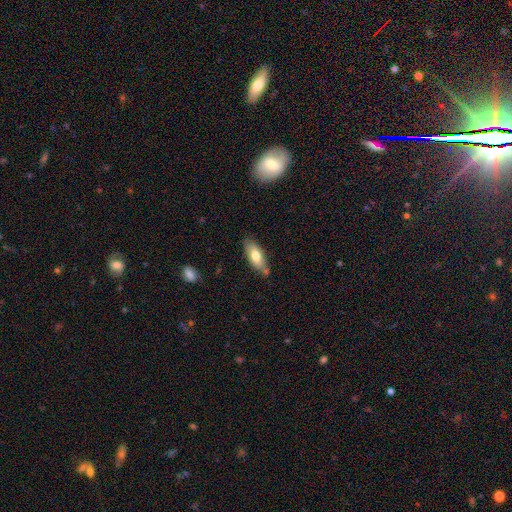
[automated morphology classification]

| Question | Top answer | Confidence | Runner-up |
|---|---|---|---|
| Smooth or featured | smooth | 70% | featured or disk (23%) |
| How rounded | in between | 79% | cigar-shaped (19%) |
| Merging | none | 69% | minor disturbance (21%) |